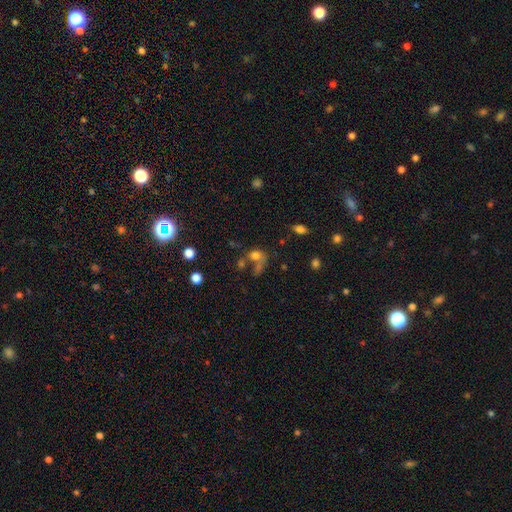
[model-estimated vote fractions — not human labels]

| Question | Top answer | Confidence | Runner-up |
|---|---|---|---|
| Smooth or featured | star or artifact | 47% | smooth (31%) |